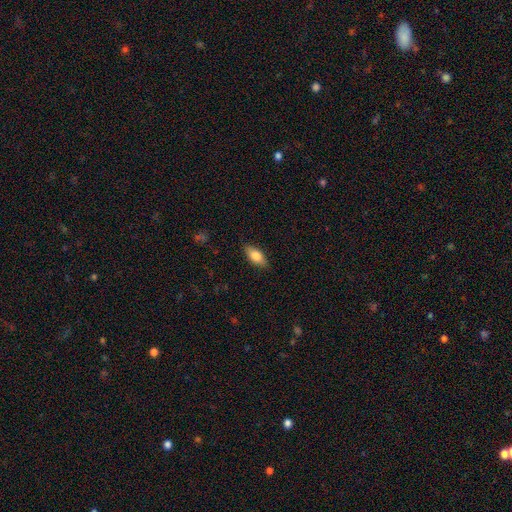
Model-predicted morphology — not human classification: Overall: smooth (81%). How rounded: in between (86%). Merging: none (86%).